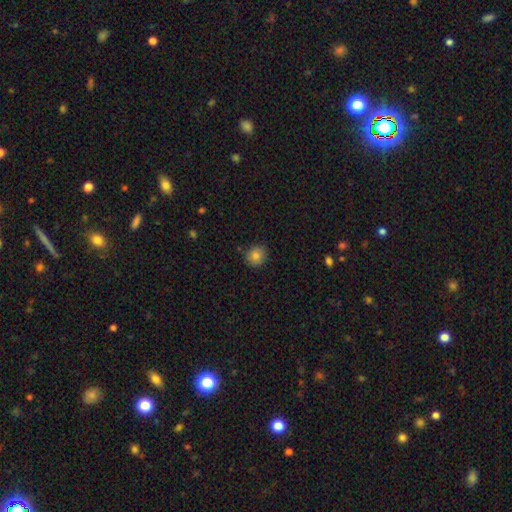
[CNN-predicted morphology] smooth_or_featured: smooth (p=0.83) [alt: star or artifact p=0.10]
how_rounded: round (p=0.88) [alt: in between p=0.11]
merging: none (p=0.88) [alt: minor disturbance p=0.09]